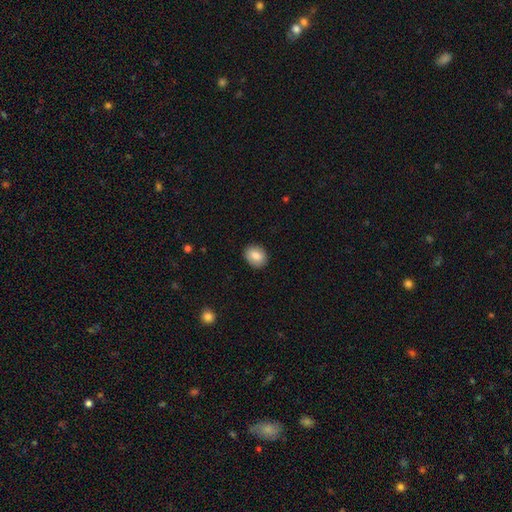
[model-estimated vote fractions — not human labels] A smooth galaxy with no disk features (84%) that is in between round and cigar-shaped (57%). Merging: none (89%).